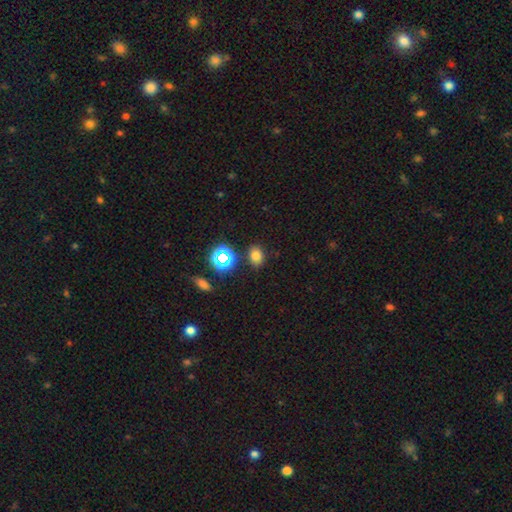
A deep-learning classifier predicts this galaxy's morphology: A smooth galaxy with no disk features (72%) that is in between round and cigar-shaped (62%). Merging: none (81%).